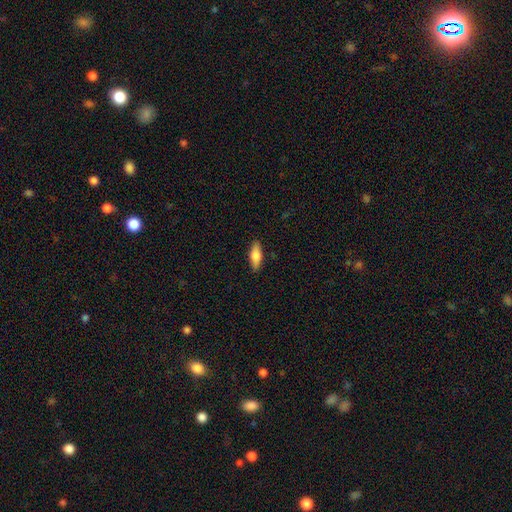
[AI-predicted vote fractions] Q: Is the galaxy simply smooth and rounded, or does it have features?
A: smooth — 68%.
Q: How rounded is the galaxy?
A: in between — 65%.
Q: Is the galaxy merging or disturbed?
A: none — 88%.